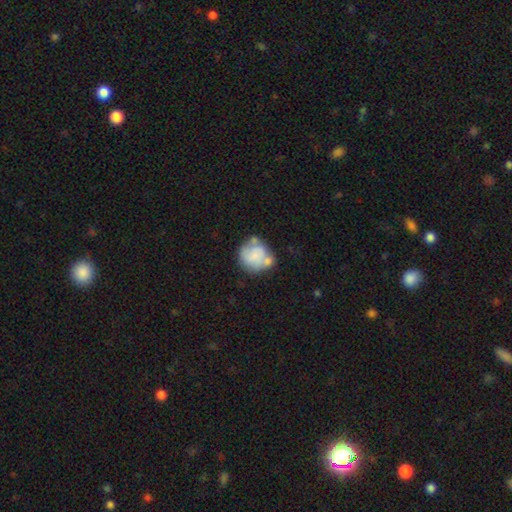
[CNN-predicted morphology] smooth 64%, featured or disk 29%, star or artifact 8%. Down the decision tree: how rounded — round (80%); merging — none (38%).